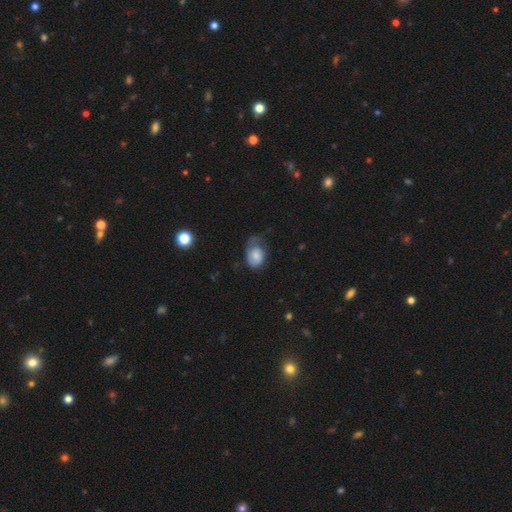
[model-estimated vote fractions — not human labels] Morphology: type=smooth (70%); roundness=in between (73%); merging=major disturbance (35%).